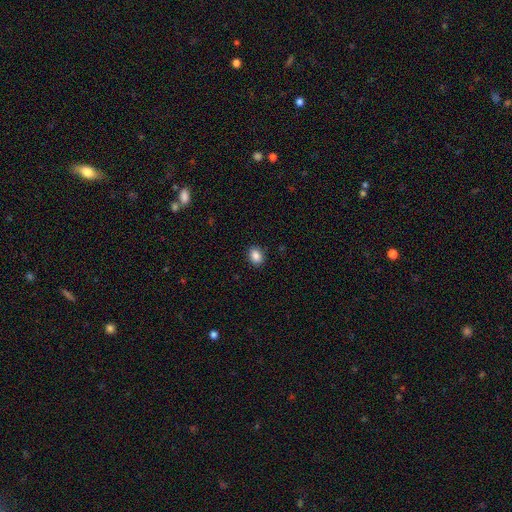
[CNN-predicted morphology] type=smooth (87%); roundness=in between (65%); merging=none (90%).